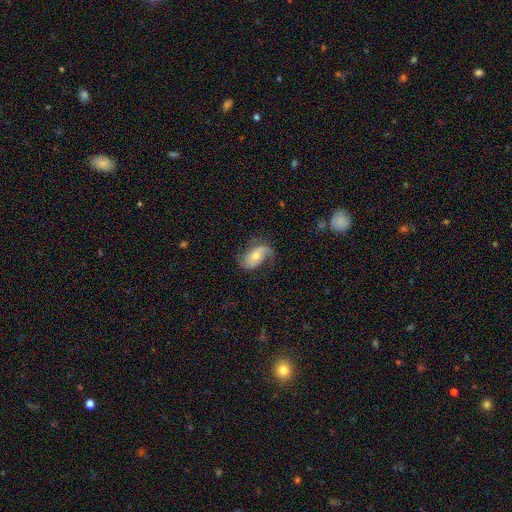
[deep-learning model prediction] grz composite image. It shows a featured or disk galaxy (77%) with no bar (53%), 2 (70%) loose (48%) spiral arms (94%) and a moderate central bulge (54%). Merging: none (63%).